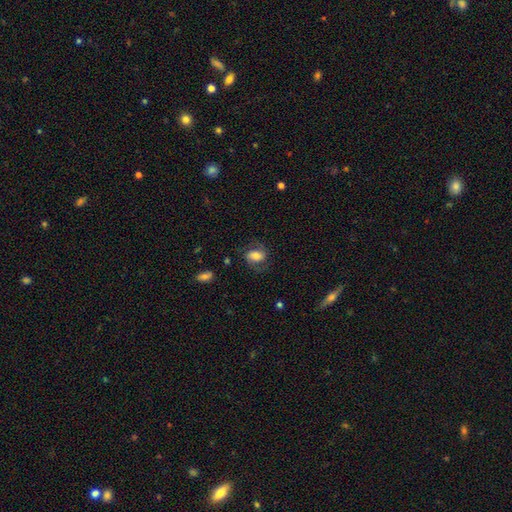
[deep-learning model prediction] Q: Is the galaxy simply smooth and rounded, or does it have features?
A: featured or disk — 52%.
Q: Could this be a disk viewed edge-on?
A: no — 96%.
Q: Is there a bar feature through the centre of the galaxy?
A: no — 41%.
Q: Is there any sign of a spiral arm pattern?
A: yes — 88%.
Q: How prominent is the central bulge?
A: moderate — 54%.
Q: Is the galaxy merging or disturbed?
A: none — 71%.